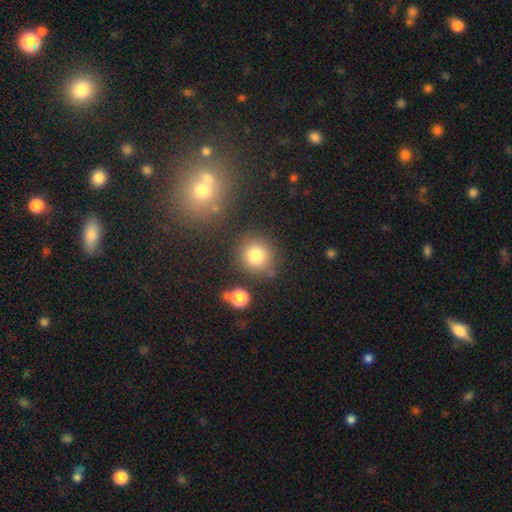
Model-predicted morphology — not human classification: Smooth or featured? Predicted: smooth (p=0.80). How rounded? Predicted: round (p=0.86). Merging? Predicted: none (p=0.78).